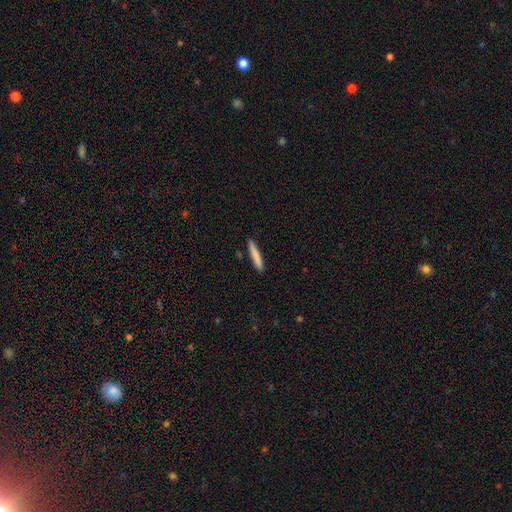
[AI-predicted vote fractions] Smooth or featured: smooth — 83% (featured or disk — 11%)
How rounded: cigar-shaped — 93% (in between — 6%)
Merging: none — 90% (minor disturbance — 7%)